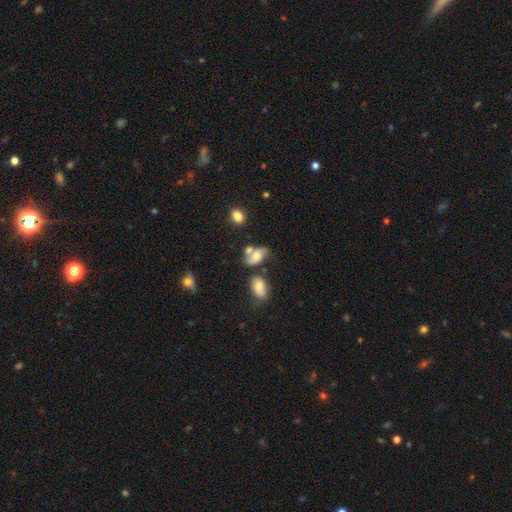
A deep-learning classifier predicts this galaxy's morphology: Overall: smooth (54%; featured or disk 35%). How rounded: in between (85%). Merging: none (37%; merger 30%).